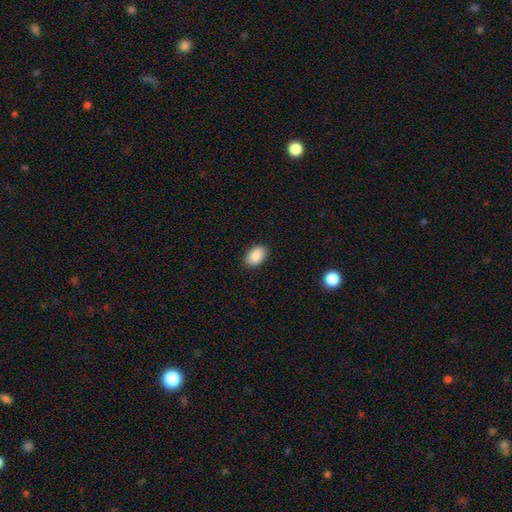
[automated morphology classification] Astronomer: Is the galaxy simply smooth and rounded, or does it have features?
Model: smooth — 89%.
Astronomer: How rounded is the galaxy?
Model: in between — 90%.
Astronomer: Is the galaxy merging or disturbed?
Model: none — 89%.